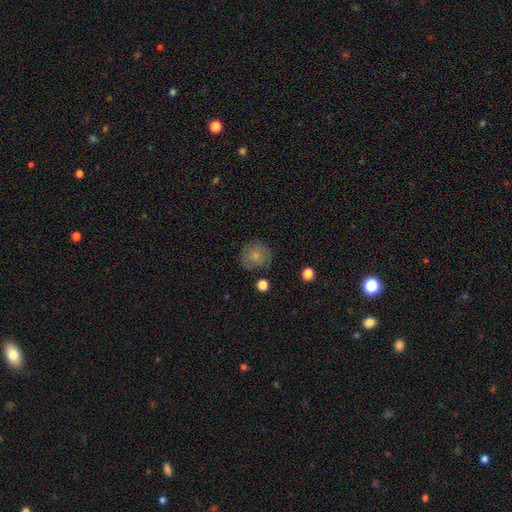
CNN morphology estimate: A smooth galaxy with no disk features (75%) that is round (82%).

Vote fractions:
- Smooth or featured? smooth: 75% / featured or disk: 16% / star or artifact: 9%
- How rounded? round: 82% / in between: 17% / cigar-shaped: 1%
- Merging? none: 76% / minor disturbance: 16% / major disturbance: 5% / merger: 3%